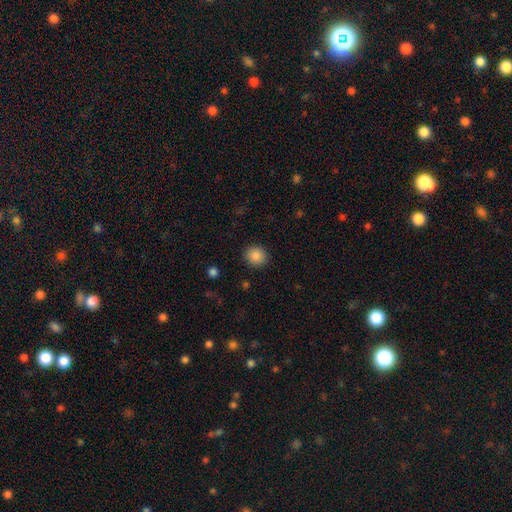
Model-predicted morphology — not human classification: Smooth or featured? smooth (86%)
How rounded? round (82%)
Merging? none (91%)